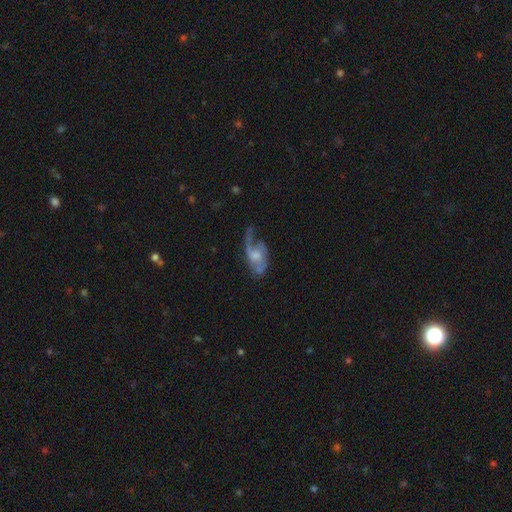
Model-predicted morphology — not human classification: smooth-or-featured: featured or disk: 68% | smooth: 25% | star or artifact: 7%
  disk-edge-on: no: 95% | yes: 5%
    bar: no: 63% | weak: 32% | strong: 5%
    has-spiral-arms: yes: 74% | no: 26%
    bulge-size: moderate: 41% | small: 32% | none: 17% | large: 9% | dominant: 2%
  merging: major disturbance: 42% | none: 30% | minor disturbance: 23% | merger: 5%